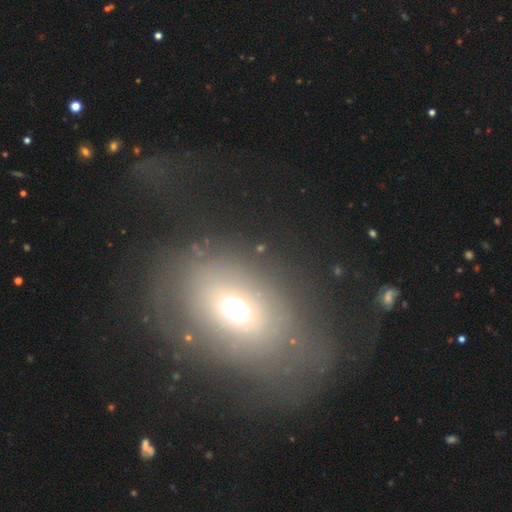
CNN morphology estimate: A smooth galaxy with no disk features (53%) that is in between round and cigar-shaped (66%). Merging: none (50%).